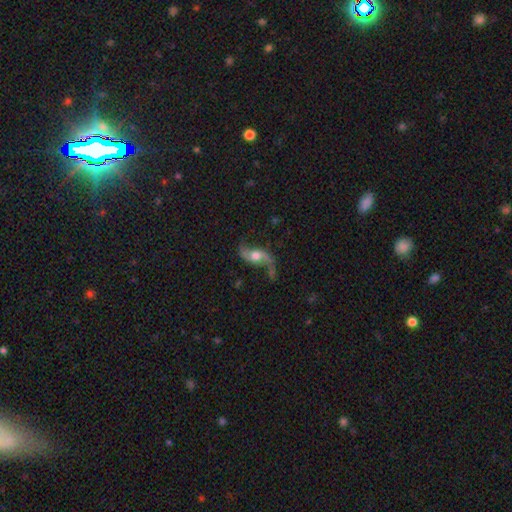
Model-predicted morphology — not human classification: A featured or disk galaxy (83%) with no bar (64%), 2 (92%) loose (88%) spiral arms (94%) and a moderate central bulge (65%).

Vote fractions:
- Smooth or featured? featured or disk: 83% / smooth: 11% / star or artifact: 6%
- Edge-on disk? no: 93% / yes: 7%
- Bar? no: 64% / weak: 28% / strong: 9%
- Spiral arms? yes: 94% / no: 6%
- Spiral winding? loose: 88% / medium: 10% / tight: 3%
- Spiral arm count? 2: 92% / 1: 3% / can't tell: 2% / 3: 1% / 4: 1% / more than 4: 1%
- Bulge size? moderate: 65% / large: 17% / small: 14% / none: 2% / dominant: 2%
- Merging? none: 64% / minor disturbance: 19% / major disturbance: 13% / merger: 5%